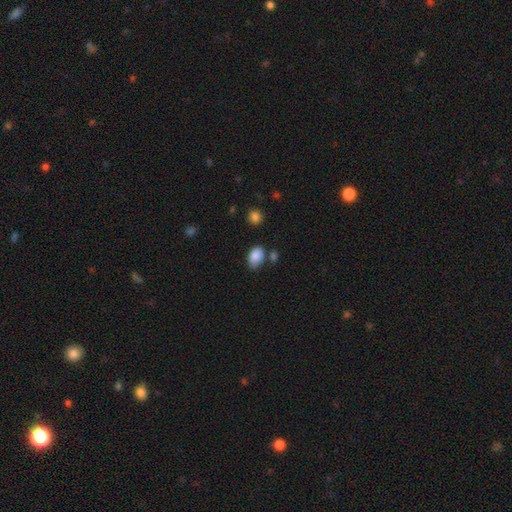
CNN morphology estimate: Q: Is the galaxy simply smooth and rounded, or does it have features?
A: smooth — 87%.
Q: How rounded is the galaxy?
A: in between — 86%.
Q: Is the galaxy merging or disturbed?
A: none — 63%.